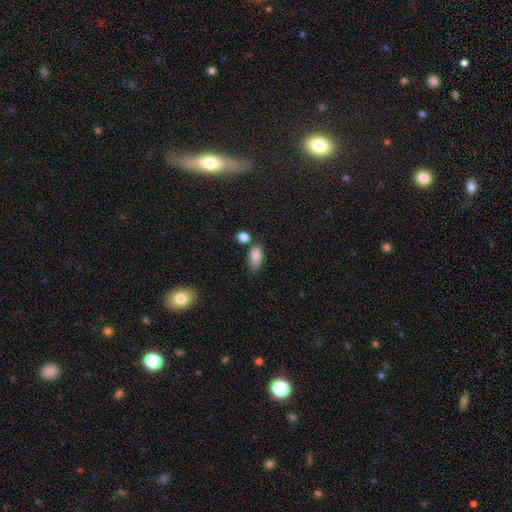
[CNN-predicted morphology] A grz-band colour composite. It shows a smooth galaxy with no disk features (87%) that is in between round and cigar-shaped (89%). Merging: none (62%).